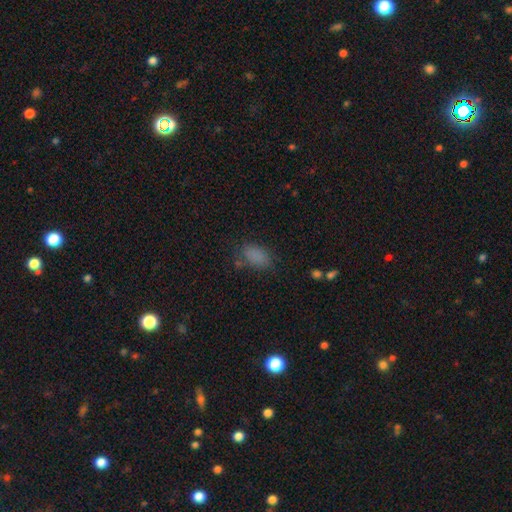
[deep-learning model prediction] Overall: smooth (82%). How rounded: in between (89%). Merging: none (70%).